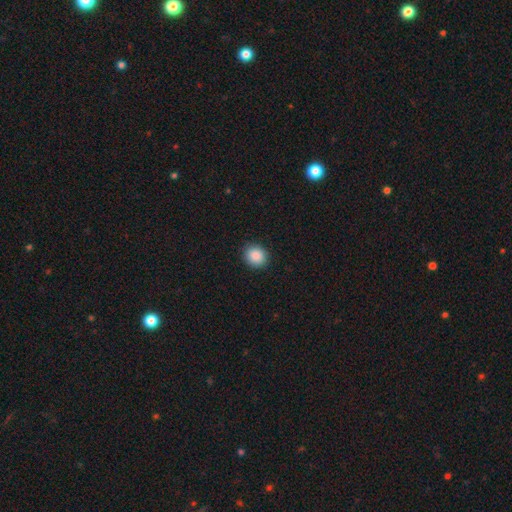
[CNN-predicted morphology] A smooth galaxy with no disk features (89%) that is round (74%). Merging: none (90%).